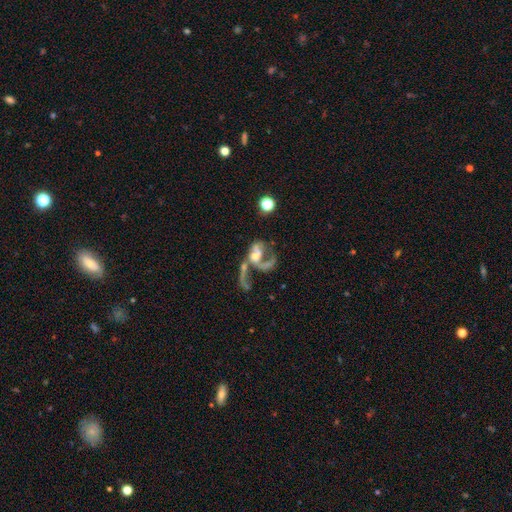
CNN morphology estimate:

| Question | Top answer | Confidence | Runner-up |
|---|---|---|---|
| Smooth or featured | featured or disk | 67% | smooth (20%) |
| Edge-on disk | no | 96% | yes (4%) |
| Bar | no | 69% | weak (24%) |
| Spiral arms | yes | 58% | no (42%) |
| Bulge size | moderate | 43% | small (23%) |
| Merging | merger | 45% | major disturbance (34%) |